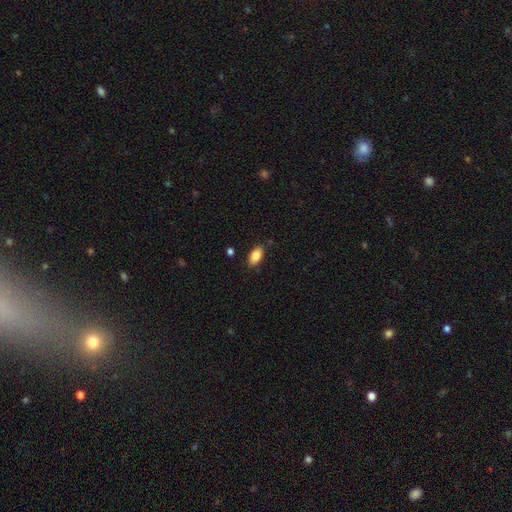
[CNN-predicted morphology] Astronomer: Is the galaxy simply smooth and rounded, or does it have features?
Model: smooth — 85%.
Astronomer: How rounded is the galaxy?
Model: in between — 91%.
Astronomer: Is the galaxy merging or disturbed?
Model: none — 82%.